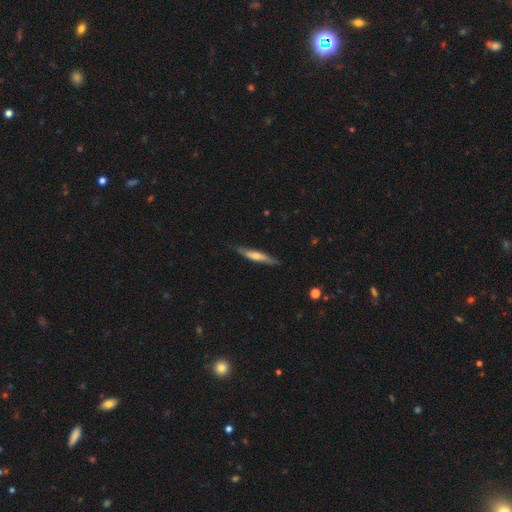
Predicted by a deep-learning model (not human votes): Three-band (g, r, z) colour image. It shows a featured or disk galaxy (47%, tied with smooth). Merging: none (81%).